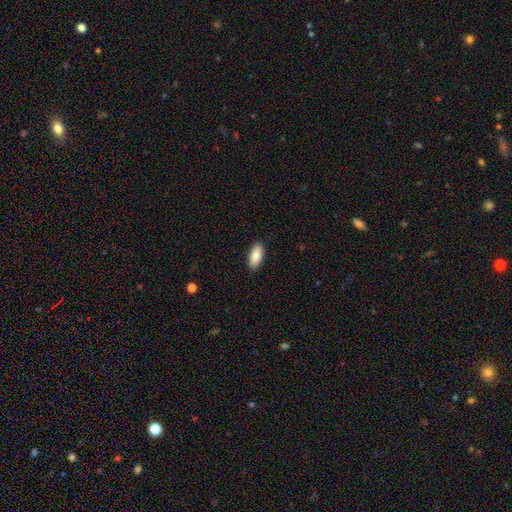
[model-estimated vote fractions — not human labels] This appears to be a smooth galaxy with no disk features (83%) that is in between round and cigar-shaped (89%). Merging: none (90%).